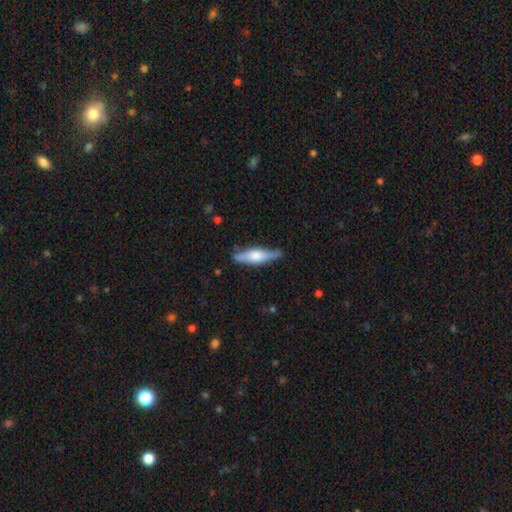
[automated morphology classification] Q: Smooth or featured?
A: featured or disk (49%); runner-up: smooth (46%)
Q: Merging?
A: none (77%); runner-up: minor disturbance (18%)